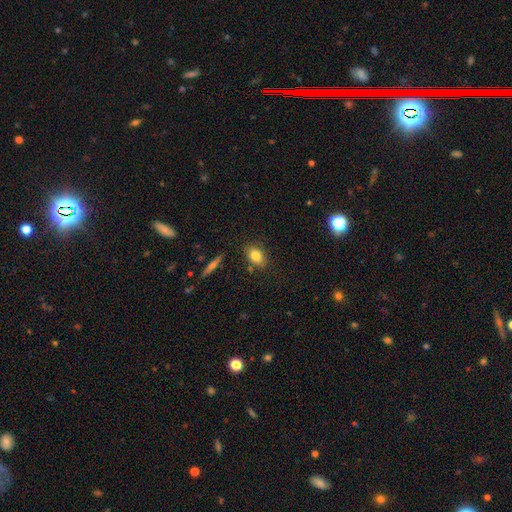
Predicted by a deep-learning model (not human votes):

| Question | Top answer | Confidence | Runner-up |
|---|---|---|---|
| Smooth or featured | smooth | 80% | featured or disk (11%) |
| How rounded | in between | 74% | round (22%) |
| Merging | none | 79% | minor disturbance (13%) |